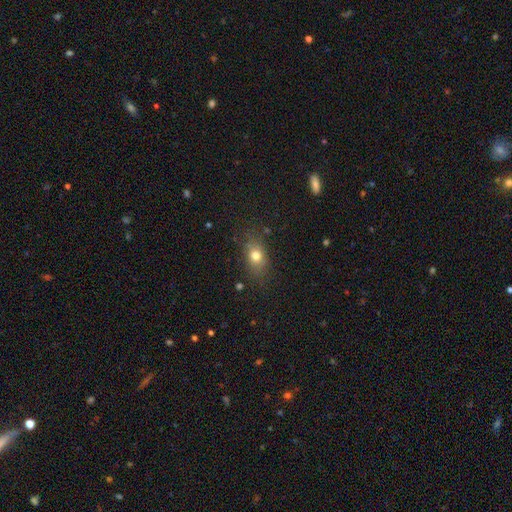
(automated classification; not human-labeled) This is likely a smooth galaxy (76%). How rounded: likely in between (68%). Merging: likely none (78%).